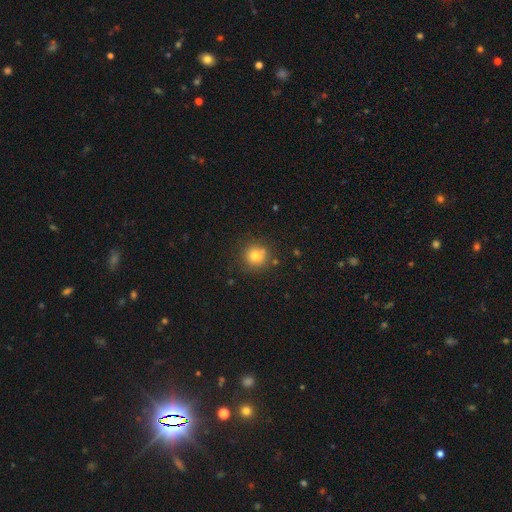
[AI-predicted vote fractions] smooth_or_featured: smooth (p=0.77) [alt: star or artifact p=0.13]
how_rounded: round (p=0.92) [alt: in between p=0.07]
merging: none (p=0.82) [alt: minor disturbance p=0.11]